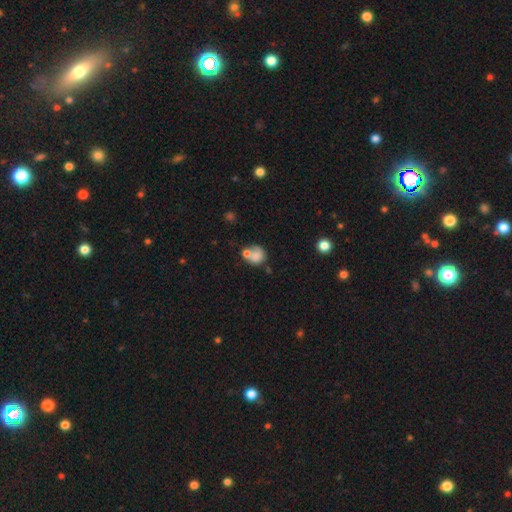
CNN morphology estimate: A smooth galaxy with no disk features (76%) that is round (75%).

Vote fractions:
- Smooth or featured? smooth: 76% / featured or disk: 14% / star or artifact: 10%
- How rounded? round: 75% / in between: 24% / cigar-shaped: 1%
- Merging? none: 40% / merger: 36% / minor disturbance: 15% / major disturbance: 8%